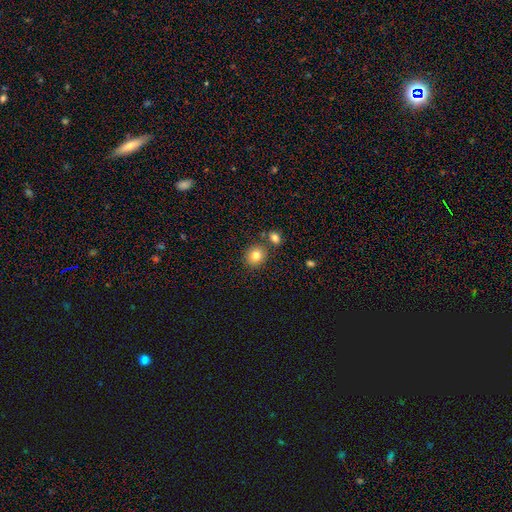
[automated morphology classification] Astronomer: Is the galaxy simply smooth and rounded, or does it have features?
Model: smooth — 82%.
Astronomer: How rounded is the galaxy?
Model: round — 78%.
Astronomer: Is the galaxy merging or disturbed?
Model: none — 78%.